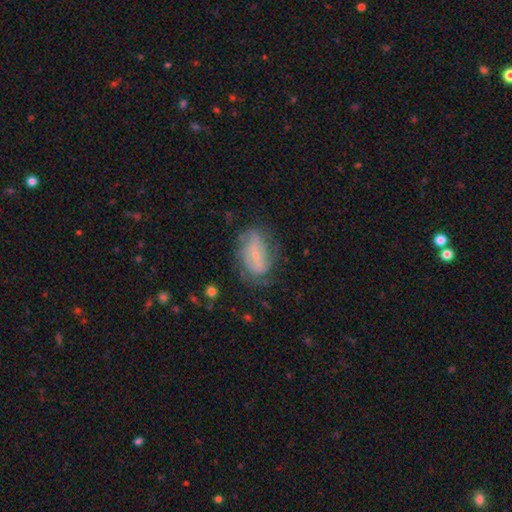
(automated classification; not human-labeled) smooth_or_featured: featured or disk (p=0.68) [alt: smooth p=0.23]
disk_edge_on: no (p=0.95) [alt: yes p=0.05]
bar: no (p=0.44) [alt: weak p=0.39]
has_spiral_arms: yes (p=0.82) [alt: no p=0.18]
spiral_winding: tight (p=0.44) [alt: medium p=0.38]
spiral_arm_count: 2 (p=0.41) [alt: can't tell p=0.37]
bulge_size: small (p=0.71) [alt: moderate p=0.23]
merging: none (p=0.64) [alt: minor disturbance p=0.23]